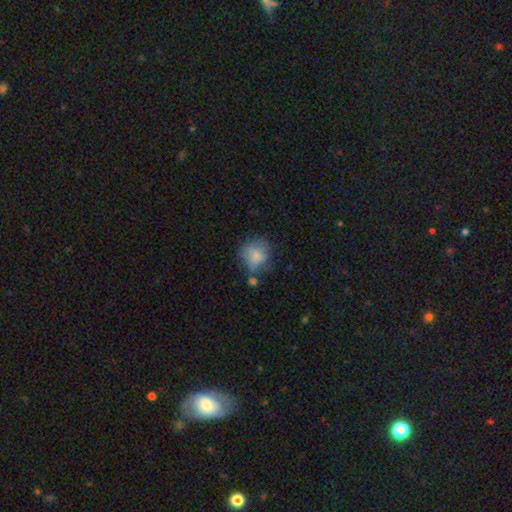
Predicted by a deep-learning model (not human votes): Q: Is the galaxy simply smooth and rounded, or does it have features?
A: smooth — 74%.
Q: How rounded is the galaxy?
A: round — 77%.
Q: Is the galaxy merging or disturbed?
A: none — 48%.